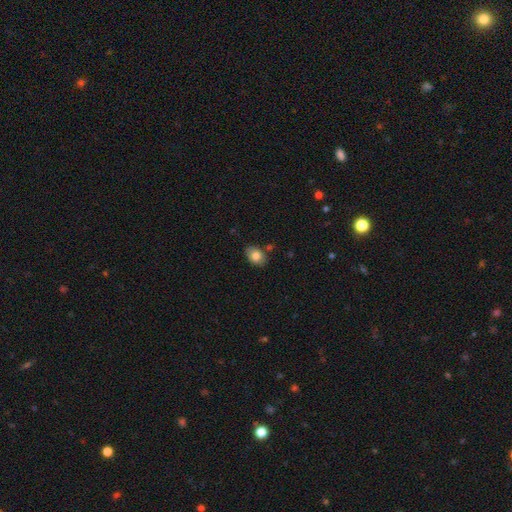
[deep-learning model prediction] The model was most divided on "how rounded": in between: 77%, round: 22%, cigar-shaped: 1%. More confident: smooth or featured — smooth (81%); merging — none (77%).